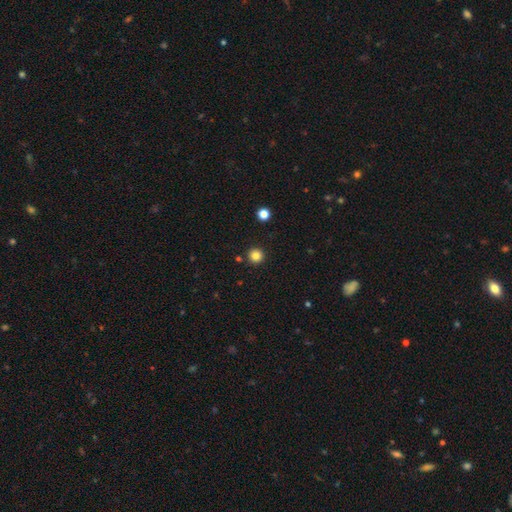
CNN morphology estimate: This is clearly a smooth galaxy (83%). How rounded: clearly round (96%). Merging: clearly none (91%).